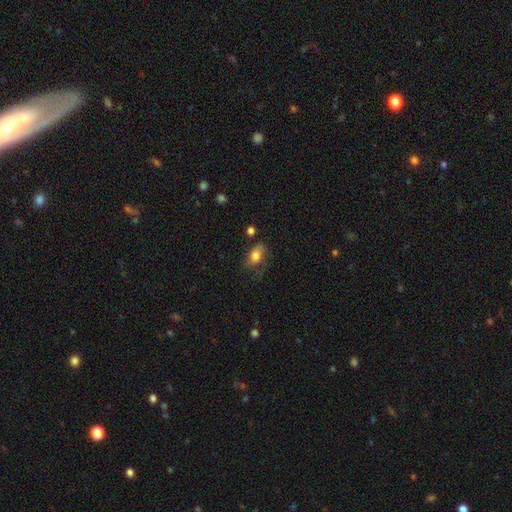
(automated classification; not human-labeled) smooth 75%, featured or disk 17%, star or artifact 8%. Down the decision tree: how rounded — in between (85%); merging — none (51%).